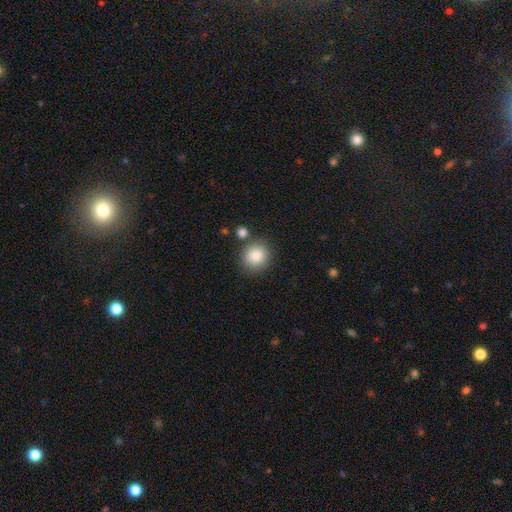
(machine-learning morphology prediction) A smooth galaxy with no disk features (86%) that is round (86%).

Vote fractions:
- Smooth or featured? smooth: 86% / star or artifact: 9% / featured or disk: 6%
- How rounded? round: 86% / in between: 13% / cigar-shaped: 1%
- Merging? none: 78% / minor disturbance: 10% / merger: 9% / major disturbance: 3%